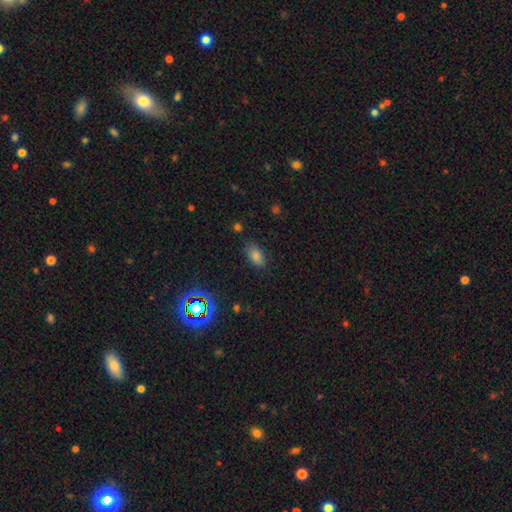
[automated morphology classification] Q: Smooth or featured?
A: smooth (72%); runner-up: star or artifact (20%)
Q: How rounded?
A: in between (88%); runner-up: round (7%)
Q: Merging?
A: none (81%); runner-up: minor disturbance (13%)